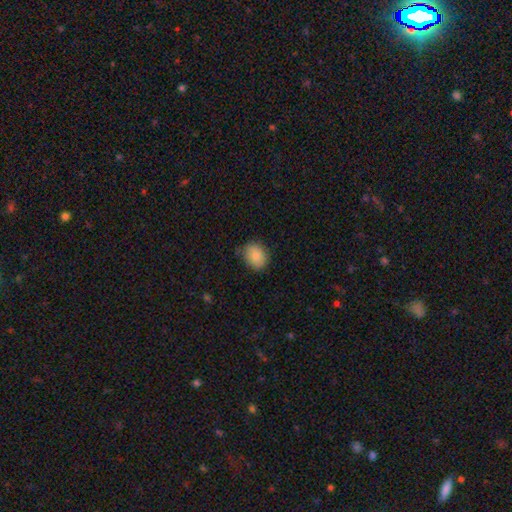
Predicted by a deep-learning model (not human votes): This is clearly a smooth galaxy (83%). How rounded: possibly round (52%). Merging: likely none (74%).